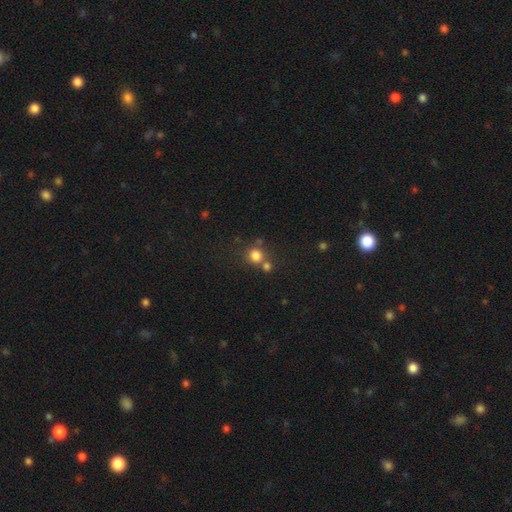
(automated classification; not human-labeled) Smooth or featured? smooth (79%)
How rounded? round (89%)
Merging? none (57%)